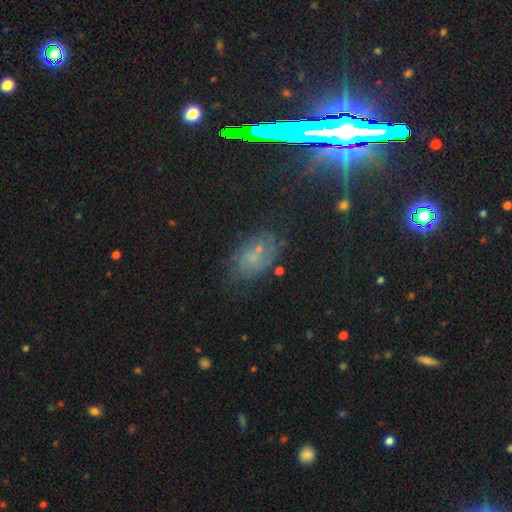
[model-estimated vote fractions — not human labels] Morphology: type=star or artifact (38%).